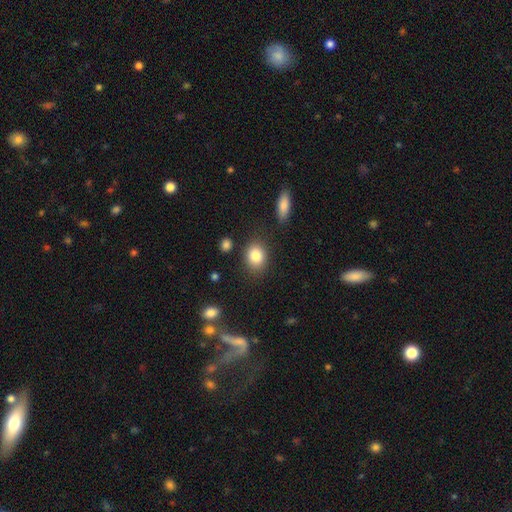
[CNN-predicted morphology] Smooth or featured? Predicted: smooth (p=0.85). How rounded? Predicted: in between (p=0.60). Merging? Predicted: none (p=0.81).